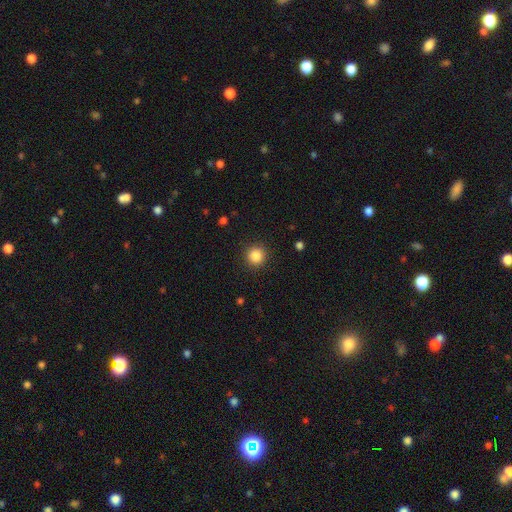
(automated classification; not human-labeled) Smooth or featured?
  - smooth: 86% *
  - star or artifact: 11%
  - featured or disk: 4%
How rounded?
  - round: 95% *
  - in between: 4%
  - cigar-shaped: 1%
Merging?
  - none: 91% *
  - minor disturbance: 6%
  - major disturbance: 2%
  - merger: 1%